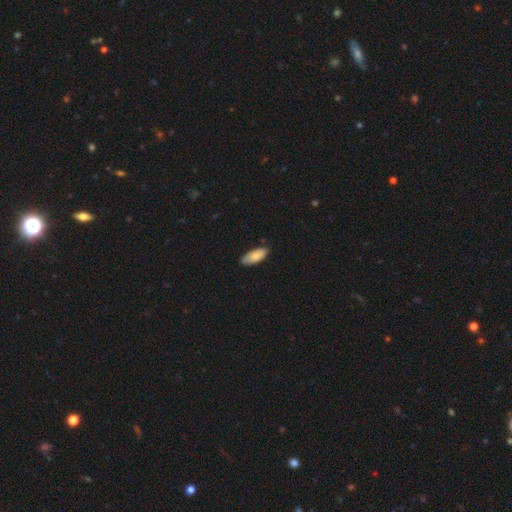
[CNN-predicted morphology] Smooth or featured: smooth — 83% (featured or disk — 11%)
How rounded: in between — 85% (cigar-shaped — 13%)
Merging: none — 80% (minor disturbance — 17%)